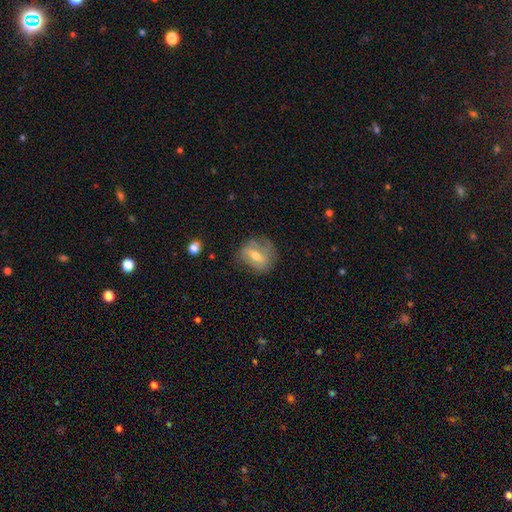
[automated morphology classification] Smooth or featured?
  - smooth: 48% *
  - featured or disk: 43%
  - star or artifact: 8%
Merging?
  - none: 64% *
  - minor disturbance: 24%
  - major disturbance: 10%
  - merger: 2%